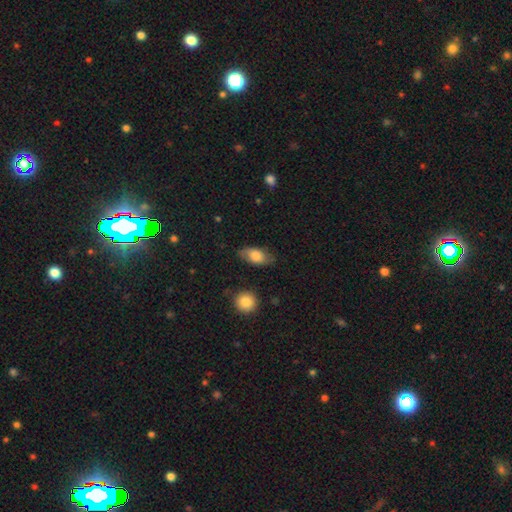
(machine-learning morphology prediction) This appears to be a smooth galaxy with no disk features (73%) that is in between round and cigar-shaped (89%). Merging: none (75%).